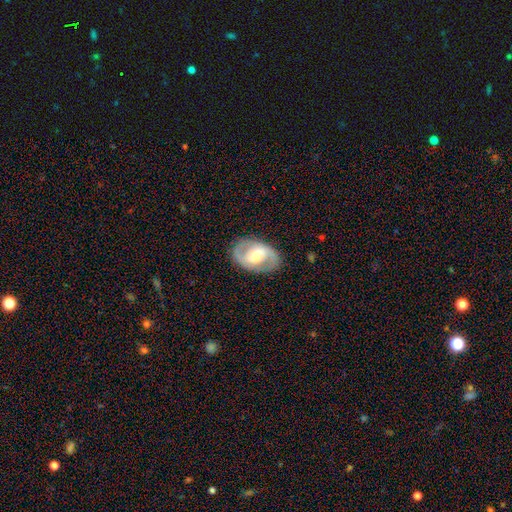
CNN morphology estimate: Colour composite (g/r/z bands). It shows a featured or disk galaxy (76%) with a weak bar (47%), 2 (88%) medium (49%) spiral arms (80%) and a moderate central bulge (63%). Merging: none (85%).